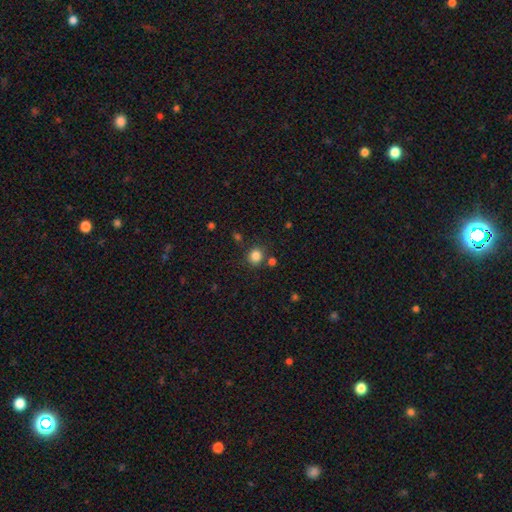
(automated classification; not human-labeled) This is clearly a smooth galaxy (84%). How rounded: clearly round (85%). Merging: clearly none (81%).